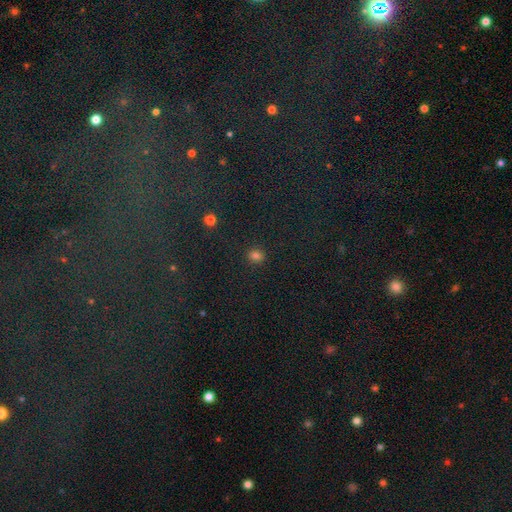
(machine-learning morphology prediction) A smooth galaxy with no disk features (76%) that is round (70%).

Vote fractions:
- Smooth or featured? smooth: 76% / star or artifact: 19% / featured or disk: 5%
- How rounded? round: 70% / in between: 29% / cigar-shaped: 1%
- Merging? none: 88% / minor disturbance: 8% / major disturbance: 2% / merger: 2%